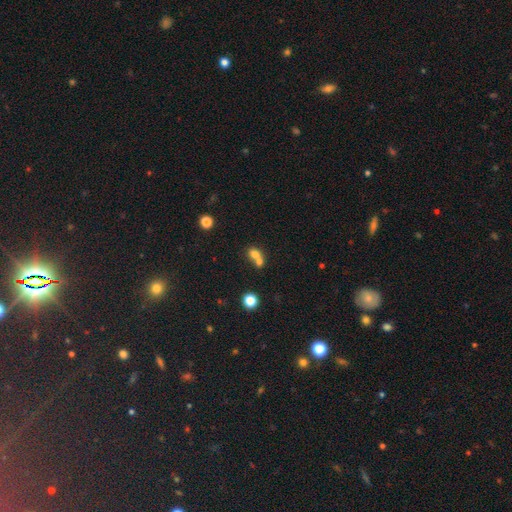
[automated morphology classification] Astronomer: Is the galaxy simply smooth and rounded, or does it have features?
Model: smooth — 73%.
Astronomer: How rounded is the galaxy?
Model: round — 59% (runner-up: in between, 39%).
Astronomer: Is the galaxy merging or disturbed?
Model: merger — 63%.